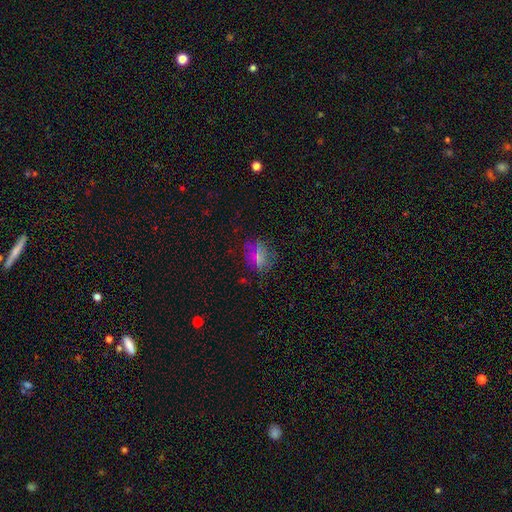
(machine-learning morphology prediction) smooth-or-featured: smooth: 58% | star or artifact: 25% | featured or disk: 17%
  how-rounded: round: 55% | in between: 42% | cigar-shaped: 3%
  merging: none: 73% | minor disturbance: 17% | major disturbance: 8% | merger: 2%